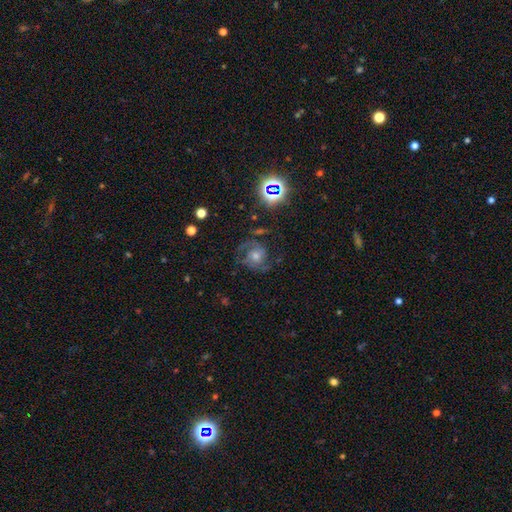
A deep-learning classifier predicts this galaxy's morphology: This appears to be a featured or disk galaxy (77%) with no bar (69%), 2 (73%) medium (51%) spiral arms (97%) and a moderate central bulge (58%). Merging: none (72%).